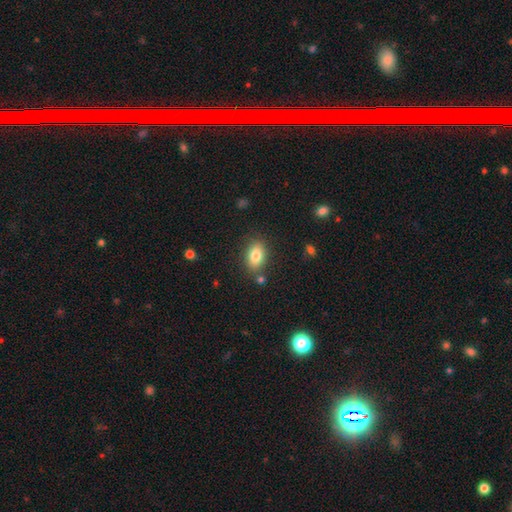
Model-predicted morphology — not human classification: smooth-or-featured: smooth: 82% | featured or disk: 10% | star or artifact: 8%
  how-rounded: in between: 86% | round: 12% | cigar-shaped: 2%
  merging: none: 80% | minor disturbance: 11% | merger: 5% | major disturbance: 3%